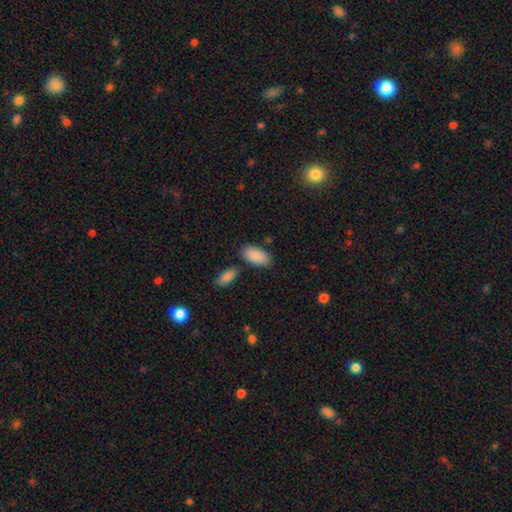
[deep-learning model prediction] Overall: smooth (89%). How rounded: in between (94%). Merging: none (77%).